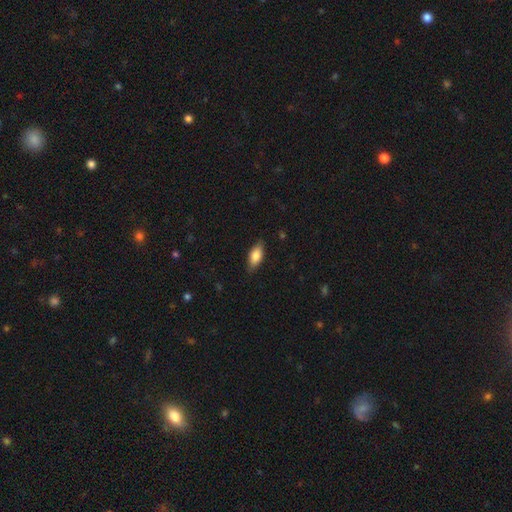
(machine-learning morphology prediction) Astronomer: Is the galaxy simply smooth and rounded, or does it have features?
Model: smooth — 81%.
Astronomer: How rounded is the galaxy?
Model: in between — 85%.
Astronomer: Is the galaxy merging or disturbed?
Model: none — 83%.